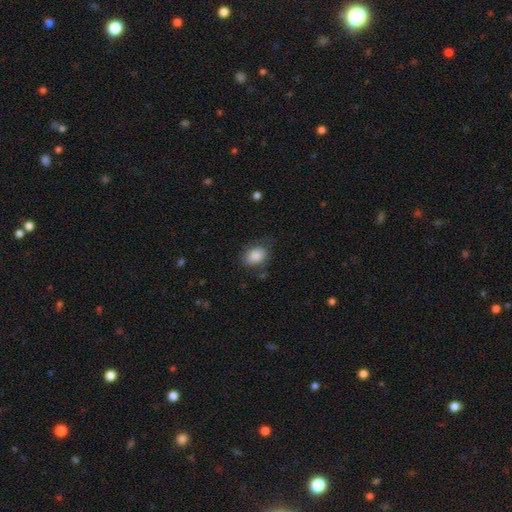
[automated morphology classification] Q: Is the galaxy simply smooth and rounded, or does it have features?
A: smooth — 85%.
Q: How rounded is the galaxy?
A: in between — 70%.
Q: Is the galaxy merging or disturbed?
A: none — 64%.